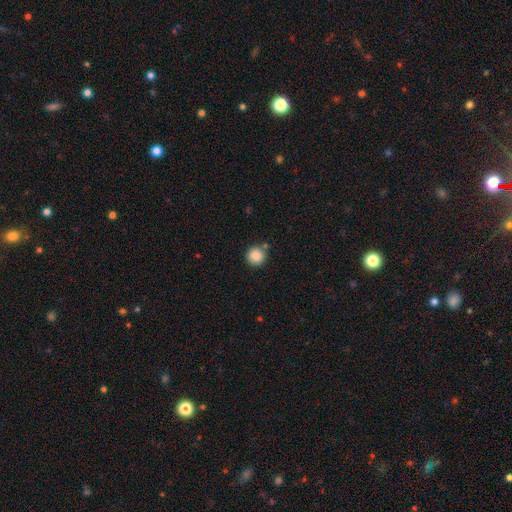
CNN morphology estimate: smooth-or-featured: smooth: 88% | star or artifact: 9% | featured or disk: 3%
  how-rounded: round: 94% | in between: 5% | cigar-shaped: 1%
  merging: none: 83% | minor disturbance: 9% | merger: 6% | major disturbance: 3%